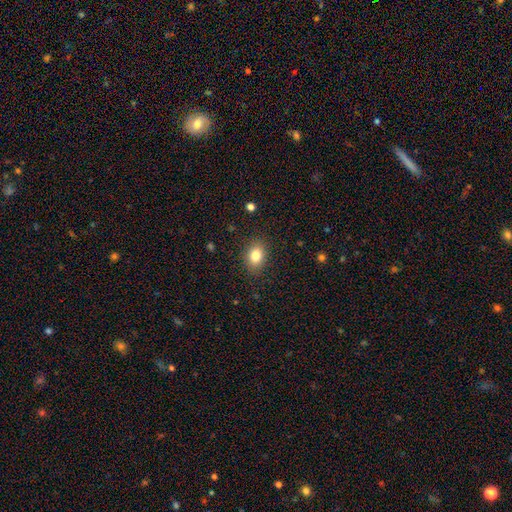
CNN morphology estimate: This appears to be a smooth galaxy with no disk features (83%) that is in between round and cigar-shaped (75%). Merging: none (87%).